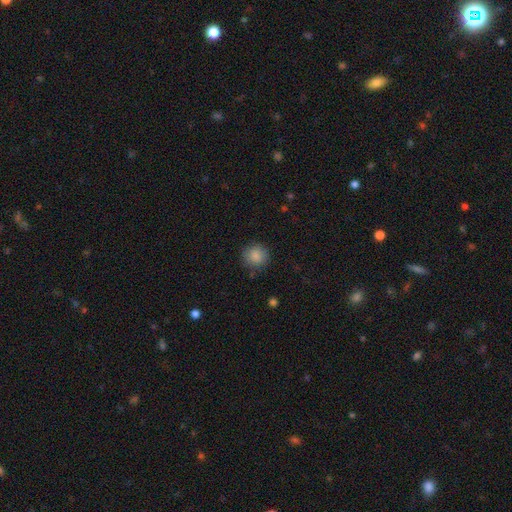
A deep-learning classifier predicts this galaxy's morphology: Smooth or featured? smooth (86%)
How rounded? round (90%)
Merging? none (85%)